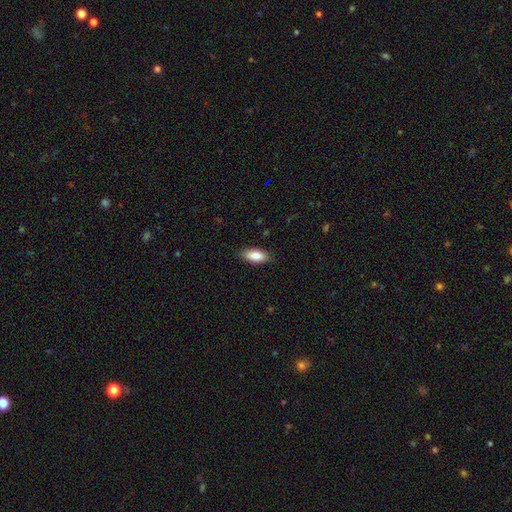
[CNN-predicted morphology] Smooth or featured? smooth (82%)
How rounded? in between (84%)
Merging? none (86%)